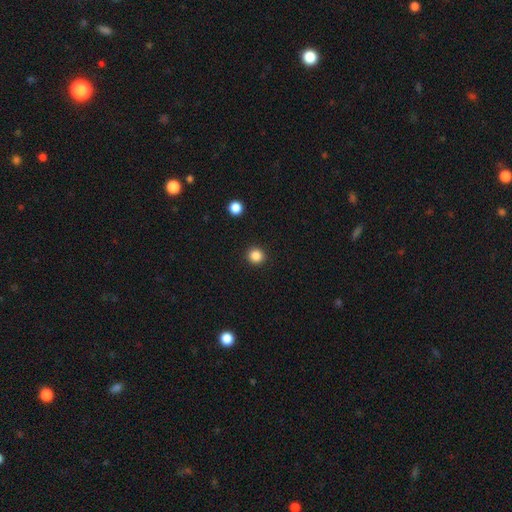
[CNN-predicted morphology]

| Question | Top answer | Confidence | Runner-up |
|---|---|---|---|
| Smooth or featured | smooth | 86% | star or artifact (11%) |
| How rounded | round | 93% | in between (6%) |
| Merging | none | 93% | minor disturbance (5%) |